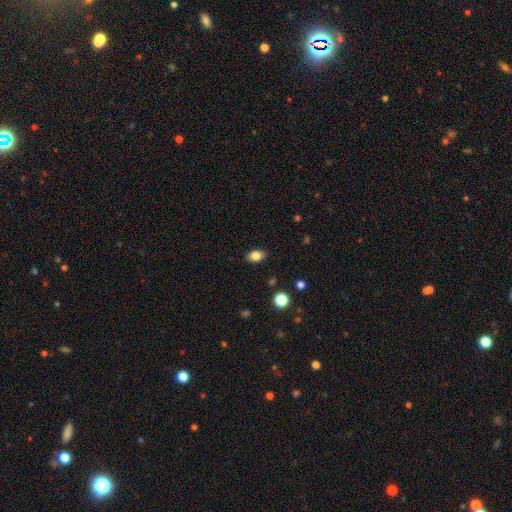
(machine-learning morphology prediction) smooth 84%, star or artifact 10%, featured or disk 6%. Down the decision tree: how rounded — in between (82%); merging — none (87%).